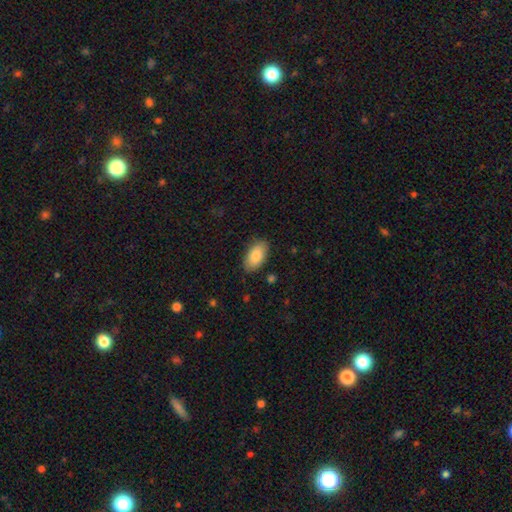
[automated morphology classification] Smooth or featured? Predicted: smooth (p=0.86). How rounded? Predicted: in between (p=0.94). Merging? Predicted: none (p=0.85).